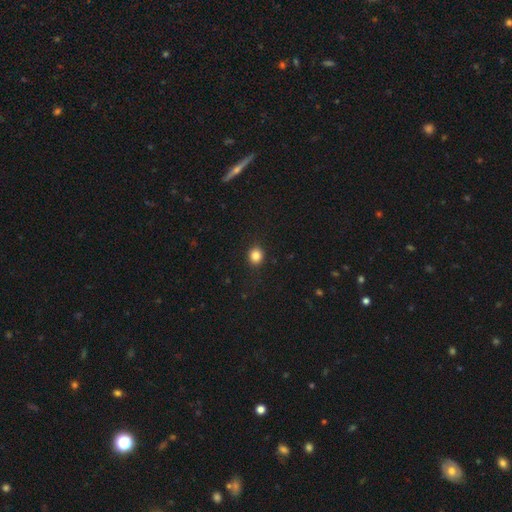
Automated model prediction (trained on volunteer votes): Smooth or featured?
  - smooth: 84% *
  - star or artifact: 11%
  - featured or disk: 4%
How rounded?
  - round: 82% *
  - in between: 17%
  - cigar-shaped: 1%
Merging?
  - none: 90% *
  - minor disturbance: 7%
  - major disturbance: 2%
  - merger: 1%